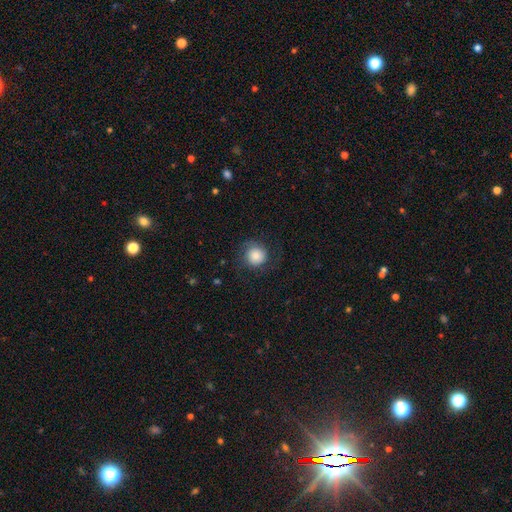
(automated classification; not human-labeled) Smooth or featured: smooth — 73% (featured or disk — 19%)
How rounded: round — 91% (in between — 8%)
Merging: none — 74% (minor disturbance — 15%)